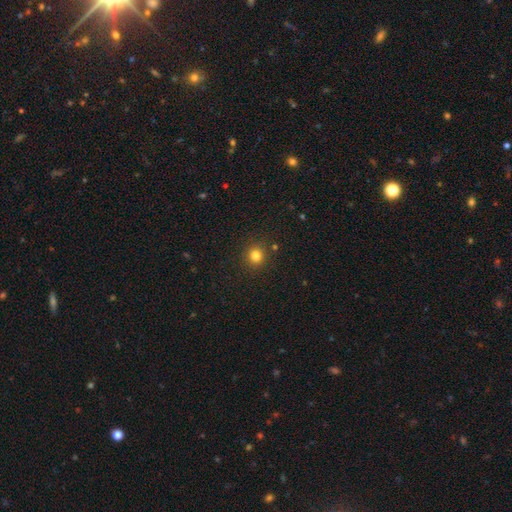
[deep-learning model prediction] Smooth or featured?
  - smooth: 81% *
  - star or artifact: 14%
  - featured or disk: 5%
How rounded?
  - round: 90% *
  - in between: 9%
  - cigar-shaped: 1%
Merging?
  - none: 89% *
  - minor disturbance: 6%
  - major disturbance: 2%
  - merger: 2%